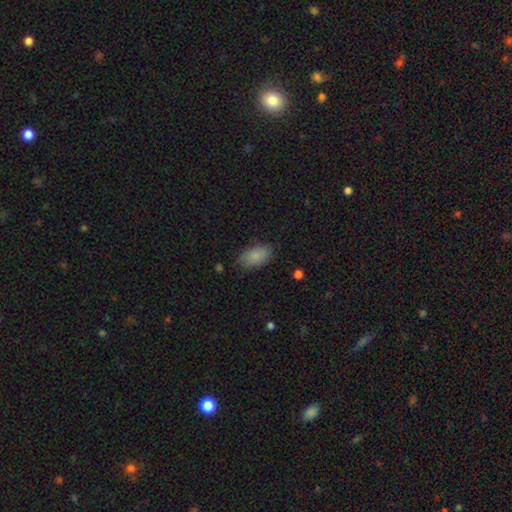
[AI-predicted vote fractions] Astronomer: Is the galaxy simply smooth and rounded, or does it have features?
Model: smooth — 87%.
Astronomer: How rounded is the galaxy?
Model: in between — 94%.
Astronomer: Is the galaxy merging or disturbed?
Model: none — 83%.